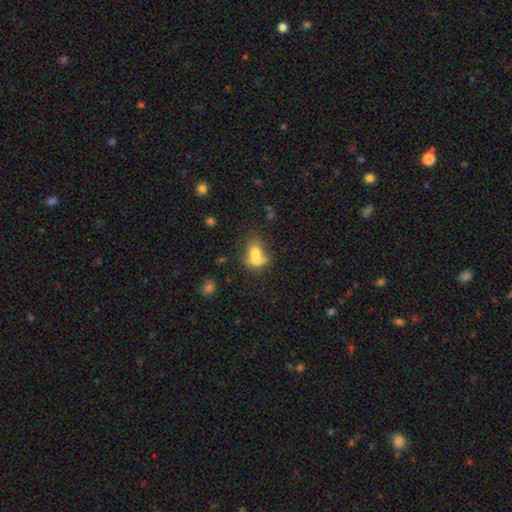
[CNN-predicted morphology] Smooth or featured?
  - smooth: 68% *
  - featured or disk: 21%
  - star or artifact: 11%
How rounded?
  - in between: 58% *
  - round: 39%
  - cigar-shaped: 3%
Merging?
  - merger: 68% *
  - none: 19%
  - minor disturbance: 8%
  - major disturbance: 6%